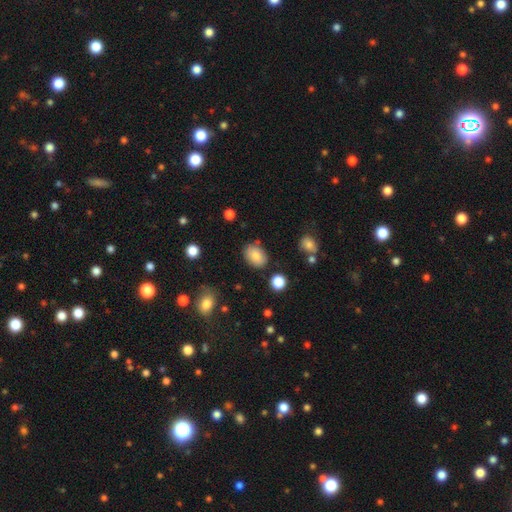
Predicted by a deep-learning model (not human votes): The model was most divided on "how rounded": in between: 76%, round: 23%, cigar-shaped: 1%. More confident: smooth or featured — smooth (83%); merging — none (77%).